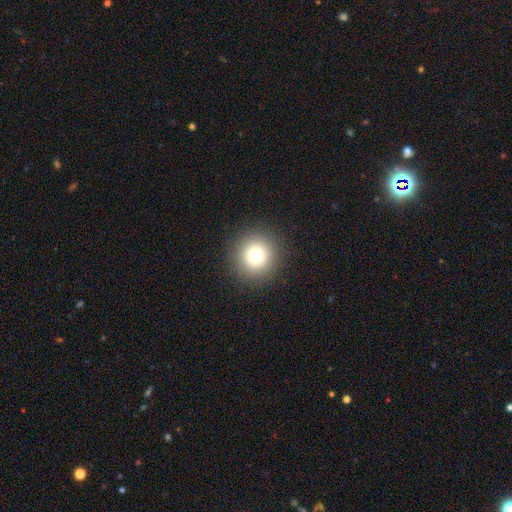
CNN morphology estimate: smooth-or-featured: smooth: 76% | star or artifact: 14% | featured or disk: 10%
  how-rounded: round: 94% | in between: 5% | cigar-shaped: 1%
  merging: none: 91% | minor disturbance: 5% | major disturbance: 2% | merger: 1%